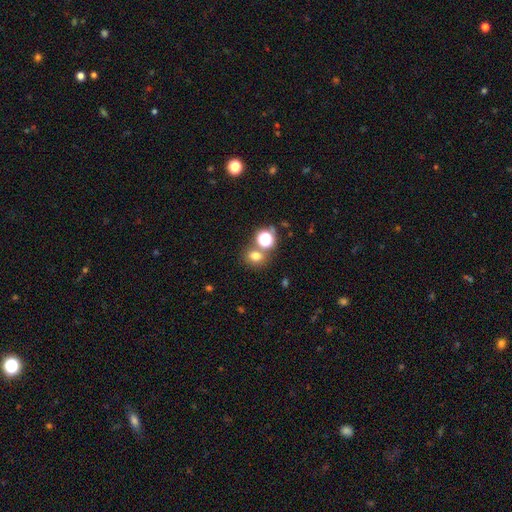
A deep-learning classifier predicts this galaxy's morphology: A smooth galaxy with no disk features (71%) that is round (69%). Merging: none (68%).